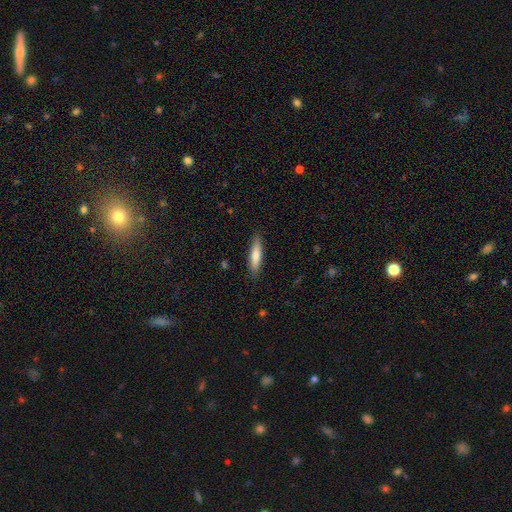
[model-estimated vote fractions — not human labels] A smooth galaxy with no disk features (76%) that is cigar-shaped (79%). Merging: none (89%).